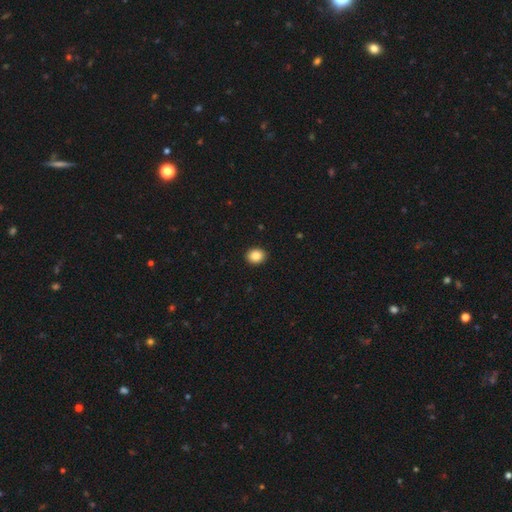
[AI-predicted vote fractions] Q: Smooth or featured?
A: smooth (86%); runner-up: star or artifact (9%)
Q: How rounded?
A: round (64%); runner-up: in between (35%)
Q: Merging?
A: none (92%); runner-up: minor disturbance (5%)